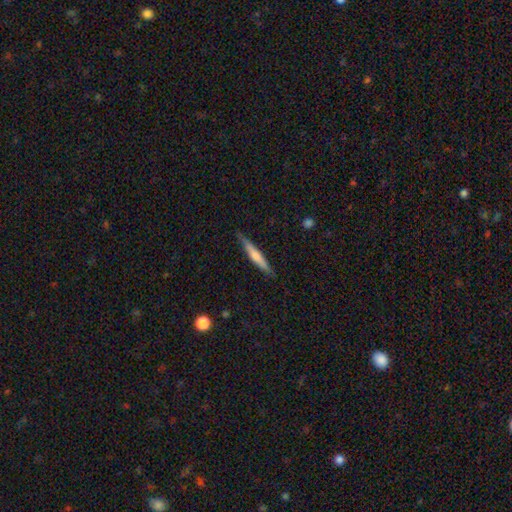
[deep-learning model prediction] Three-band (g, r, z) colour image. It shows a smooth galaxy with no disk features (50%). Merging: none (86%).